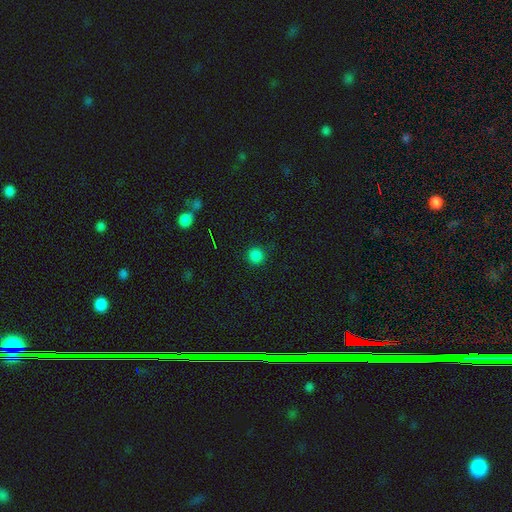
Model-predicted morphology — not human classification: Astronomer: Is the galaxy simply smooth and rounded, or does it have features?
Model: smooth — 82%.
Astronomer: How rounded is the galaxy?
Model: round — 94%.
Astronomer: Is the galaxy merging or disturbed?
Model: none — 89%.